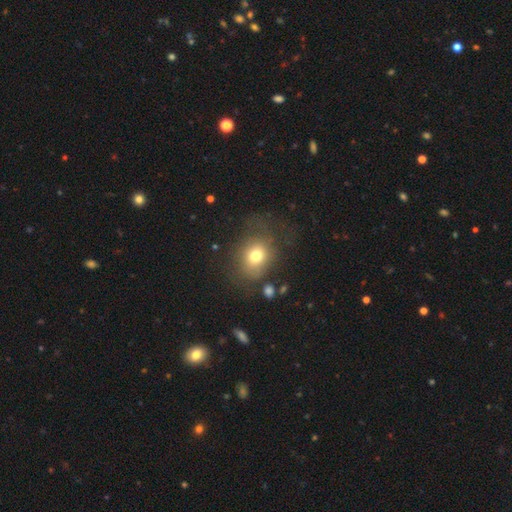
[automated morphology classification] The model was most divided on "how rounded": round: 60%, in between: 39%, cigar-shaped: 1%. More confident: smooth or featured — smooth (71%); merging — none (57%).